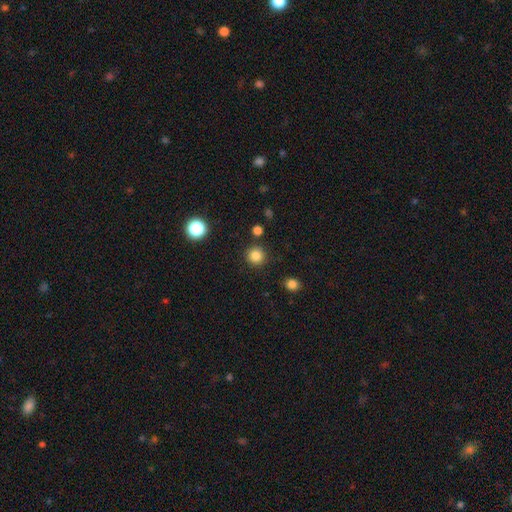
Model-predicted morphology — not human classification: smooth-or-featured: smooth: 84% | star or artifact: 12% | featured or disk: 4%
  how-rounded: round: 94% | in between: 5% | cigar-shaped: 1%
  merging: none: 88% | minor disturbance: 6% | merger: 3% | major disturbance: 2%